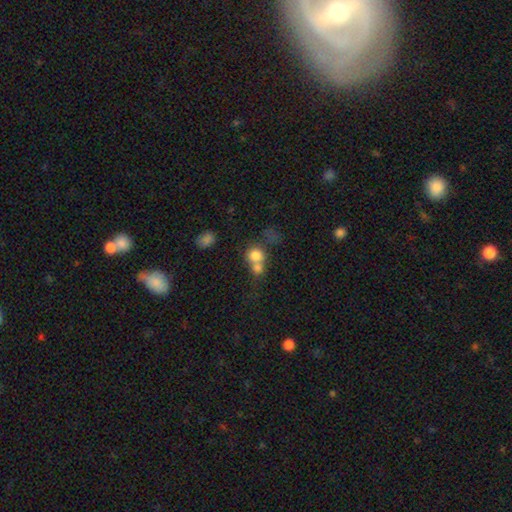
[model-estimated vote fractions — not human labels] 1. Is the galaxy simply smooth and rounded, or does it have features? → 76% smooth, 13% featured or disk, 11% star or artifact.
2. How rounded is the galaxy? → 81% round, 18% in between, 1% cigar-shaped.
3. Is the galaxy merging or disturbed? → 60% merger, 29% none, 6% minor disturbance, 5% major disturbance.